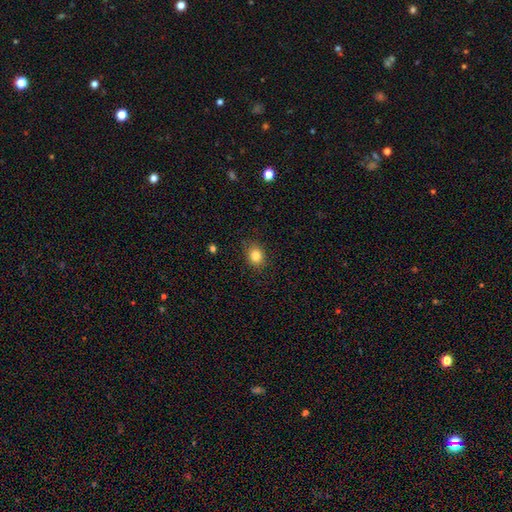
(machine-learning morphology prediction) Smooth or featured? Predicted: smooth (p=0.82). How rounded? Predicted: round (p=0.57). Merging? Predicted: none (p=0.87).